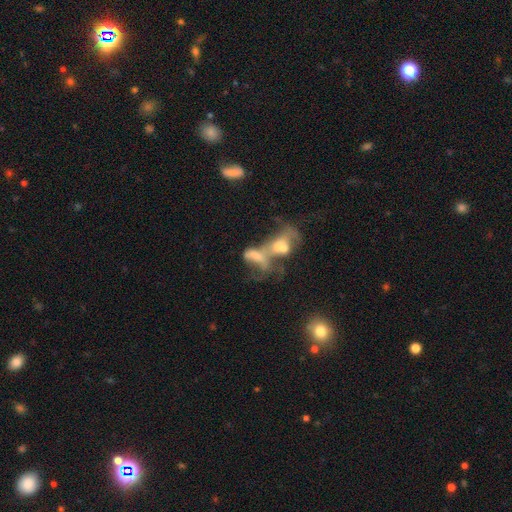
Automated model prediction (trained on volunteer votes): The model was most divided on "smooth or featured": featured or disk: 48%, smooth: 38%, star or artifact: 14%. More confident: merging — merger (72%).